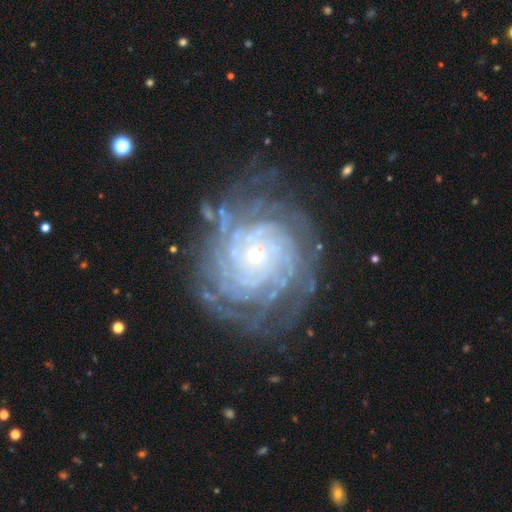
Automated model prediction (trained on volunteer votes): A featured or disk galaxy (89%) with no bar (78%), more than 4 (28%) tight (82%) spiral arms (97%) and a small central bulge (82%).

Vote fractions:
- Smooth or featured? featured or disk: 89% / star or artifact: 6% / smooth: 5%
- Edge-on disk? no: 97% / yes: 3%
- Bar? no: 78% / weak: 17% / strong: 6%
- Spiral arms? yes: 97% / no: 3%
- Spiral winding? tight: 82% / medium: 14% / loose: 3%
- Spiral arm count? more than 4: 28% / can't tell: 25% / 4: 20% / 3: 10% / 2: 9% / 1: 7%
- Bulge size? small: 82% / moderate: 13% / none: 2% / large: 2% / dominant: 1%
- Merging? none: 75% / minor disturbance: 15% / major disturbance: 7% / merger: 2%